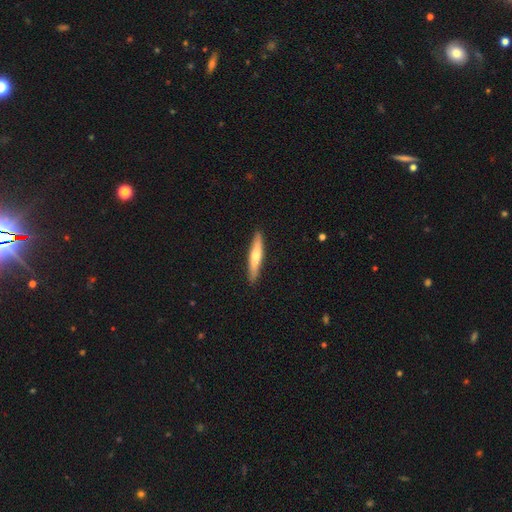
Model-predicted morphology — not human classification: smooth-or-featured: smooth: 57% | featured or disk: 38% | star or artifact: 5%
  how-rounded: cigar-shaped: 88% | in between: 10% | round: 1%
  merging: none: 89% | minor disturbance: 8% | major disturbance: 1% | merger: 1%